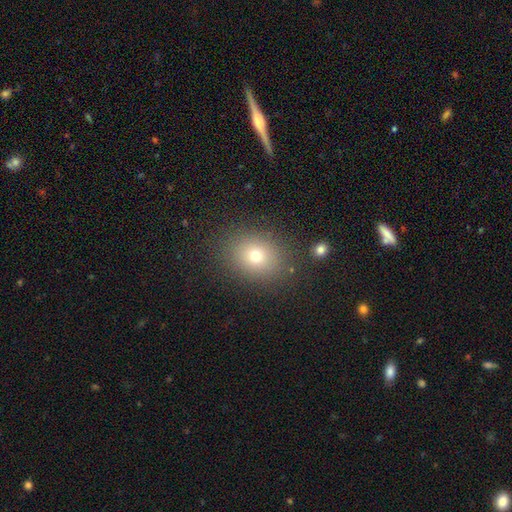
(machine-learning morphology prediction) Smooth or featured? Predicted: smooth (p=0.72). How rounded? Predicted: round (p=0.50). Merging? Predicted: none (p=0.85).